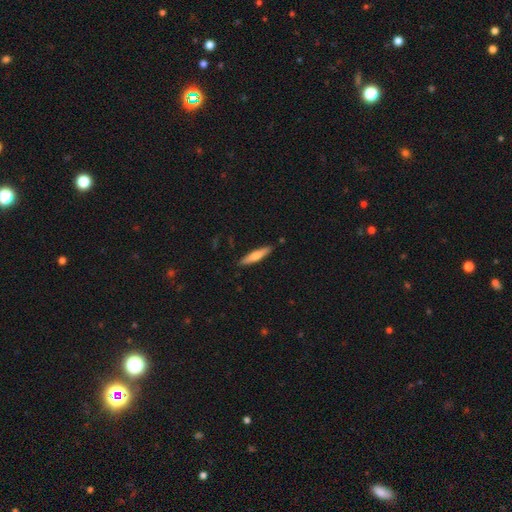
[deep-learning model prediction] Overall: smooth (64%; featured or disk 31%). How rounded: cigar-shaped (85%). Merging: none (88%).